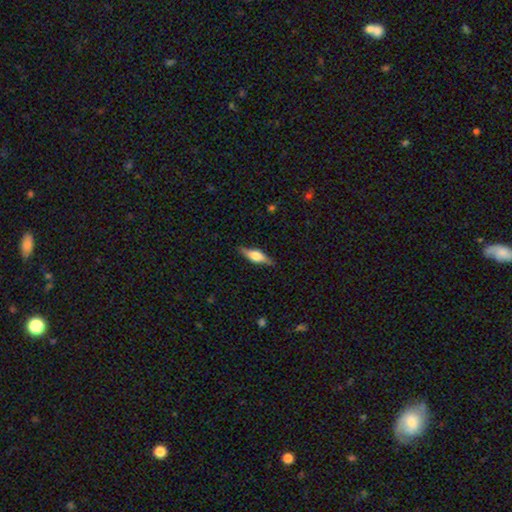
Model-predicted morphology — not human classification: A featured or disk galaxy (58%) viewed edge-on (94%) with a rounded central bulge (85%).

Vote fractions:
- Smooth or featured? featured or disk: 58% / smooth: 36% / star or artifact: 6%
- Edge-on disk? yes: 94% / no: 6%
- Edge-on bulge? rounded: 85% / boxy: 13% / none: 2%
- Merging? none: 86% / minor disturbance: 11% / major disturbance: 2% / merger: 1%